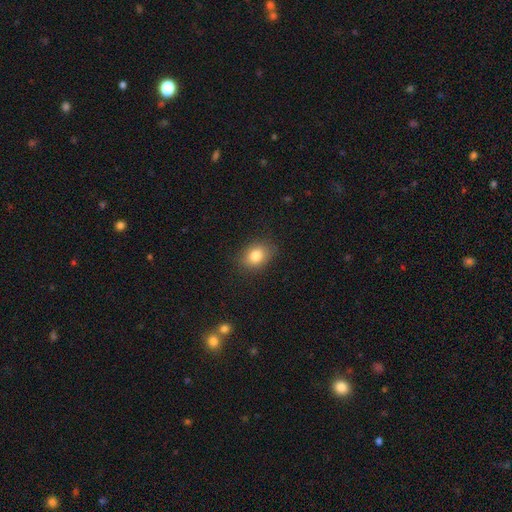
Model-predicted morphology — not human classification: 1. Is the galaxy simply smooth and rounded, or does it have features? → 81% smooth, 10% star or artifact, 9% featured or disk.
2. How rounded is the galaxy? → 64% in between, 35% round, 1% cigar-shaped.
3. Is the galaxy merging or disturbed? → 84% none, 12% minor disturbance, 3% major disturbance, 1% merger.